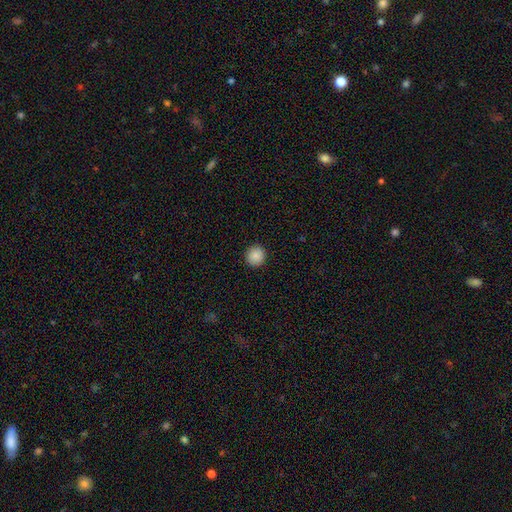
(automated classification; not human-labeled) Q: Smooth or featured?
A: smooth (88%); runner-up: star or artifact (8%)
Q: How rounded?
A: round (94%); runner-up: in between (5%)
Q: Merging?
A: none (93%); runner-up: minor disturbance (5%)